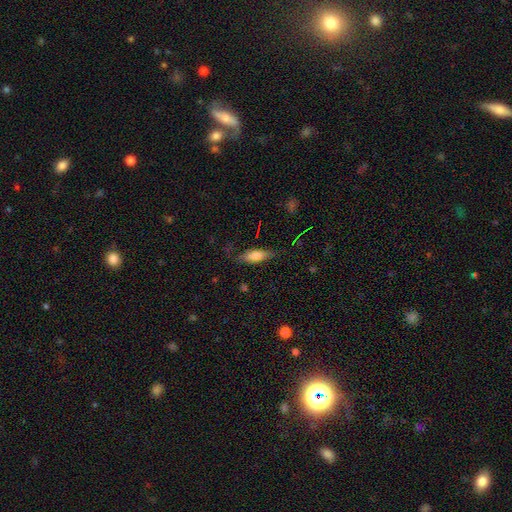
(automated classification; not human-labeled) Smooth or featured? smooth (70%)
How rounded? in between (67%)
Merging? none (73%)